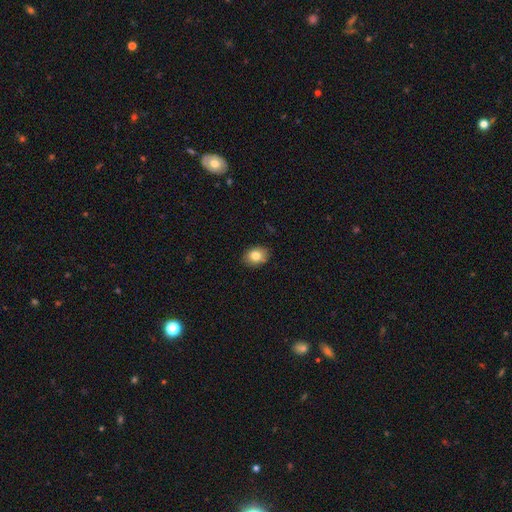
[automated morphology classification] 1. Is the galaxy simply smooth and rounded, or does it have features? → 81% smooth, 10% featured or disk, 9% star or artifact.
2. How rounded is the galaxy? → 66% in between, 33% round, 1% cigar-shaped.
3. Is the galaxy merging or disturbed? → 87% none, 10% minor disturbance, 2% major disturbance, 1% merger.